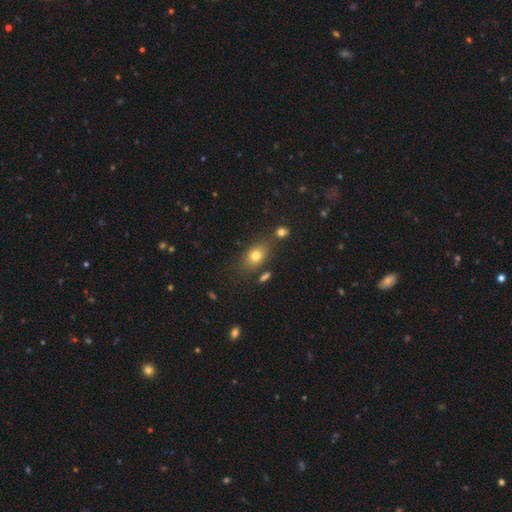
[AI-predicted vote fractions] smooth-or-featured: smooth: 75% | featured or disk: 13% | star or artifact: 12%
  how-rounded: in between: 72% | round: 24% | cigar-shaped: 4%
  merging: none: 66% | minor disturbance: 16% | merger: 12% | major disturbance: 6%